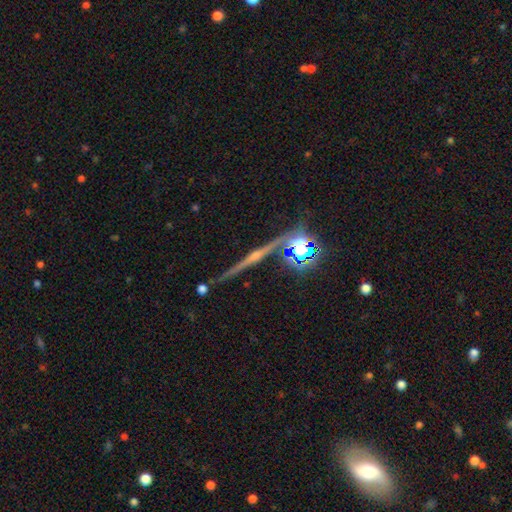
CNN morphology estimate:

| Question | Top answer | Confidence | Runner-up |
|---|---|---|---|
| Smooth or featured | featured or disk | 72% | star or artifact (17%) |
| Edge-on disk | yes | 97% | no (3%) |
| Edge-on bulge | rounded | 83% | none (10%) |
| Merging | none | 87% | minor disturbance (8%) |